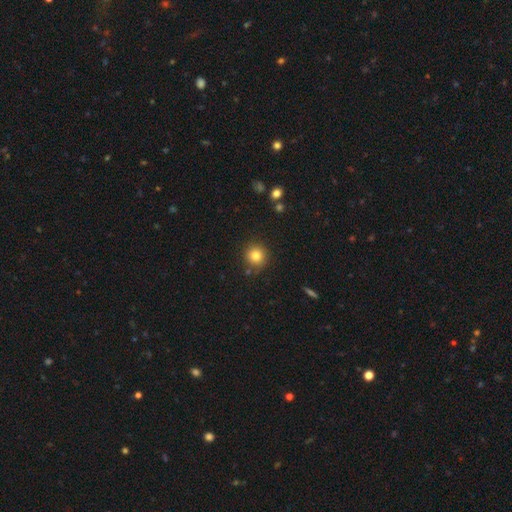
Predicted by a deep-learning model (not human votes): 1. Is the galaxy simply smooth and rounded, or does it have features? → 82% smooth, 11% star or artifact, 7% featured or disk.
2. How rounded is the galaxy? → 92% round, 7% in between, 1% cigar-shaped.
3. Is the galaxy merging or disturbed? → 85% none, 9% minor disturbance, 3% merger, 3% major disturbance.